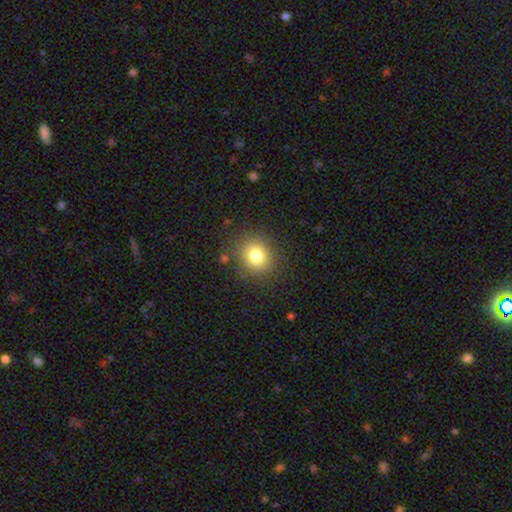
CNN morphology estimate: Smooth or featured? Predicted: smooth (p=0.79). How rounded? Predicted: round (p=0.73). Merging? Predicted: none (p=0.86).